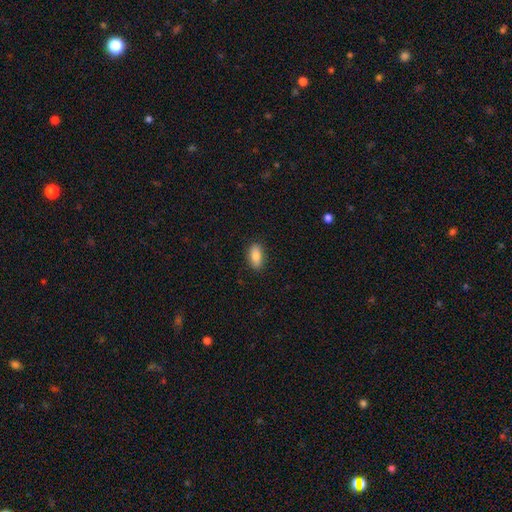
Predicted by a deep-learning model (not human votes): Overall: smooth (83%). How rounded: in between (86%). Merging: none (87%).